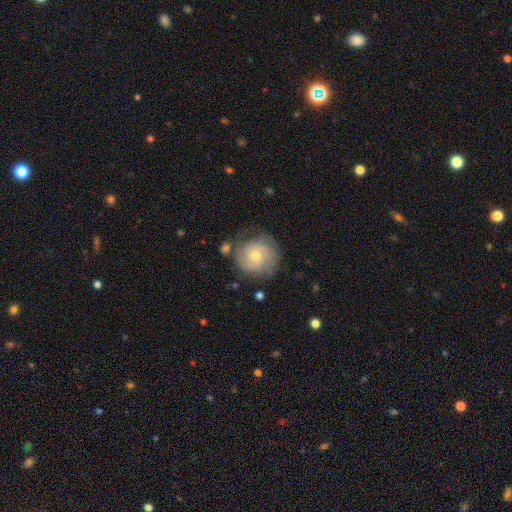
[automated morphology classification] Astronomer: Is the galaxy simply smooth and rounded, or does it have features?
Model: featured or disk — 60%.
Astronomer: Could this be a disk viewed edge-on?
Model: no — 97%.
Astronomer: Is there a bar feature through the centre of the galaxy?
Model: no — 69%.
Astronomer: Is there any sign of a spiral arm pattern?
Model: yes — 84%.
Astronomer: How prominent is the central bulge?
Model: moderate — 50% (runner-up: small, 46%).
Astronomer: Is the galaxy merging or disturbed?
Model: none — 69%.